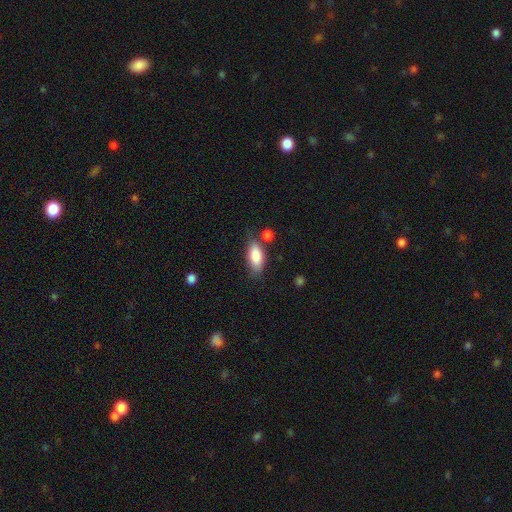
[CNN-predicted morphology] The model was most divided on "merging": none: 67%, minor disturbance: 19%, merger: 9%, major disturbance: 5%. More confident: smooth or featured — smooth (85%); how rounded — in between (85%).